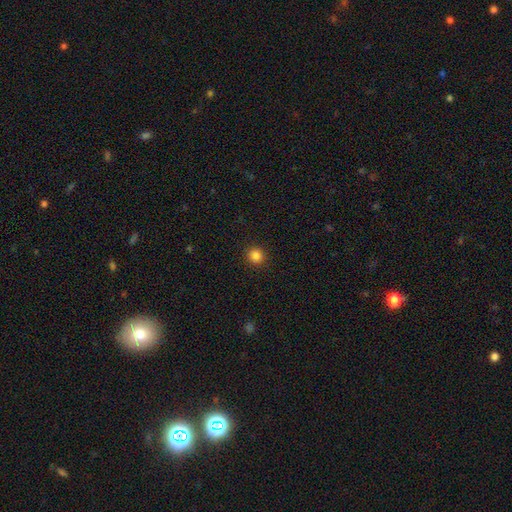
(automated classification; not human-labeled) Smooth or featured? smooth (84%)
How rounded? round (93%)
Merging? none (92%)